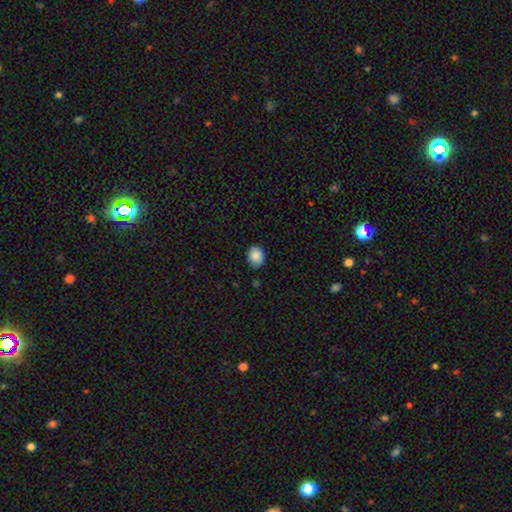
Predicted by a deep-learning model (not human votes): Smooth or featured?
  - smooth: 87% *
  - star or artifact: 8%
  - featured or disk: 5%
How rounded?
  - in between: 56% *
  - round: 43%
  - cigar-shaped: 1%
Merging?
  - none: 83% *
  - minor disturbance: 14%
  - major disturbance: 2%
  - merger: 1%